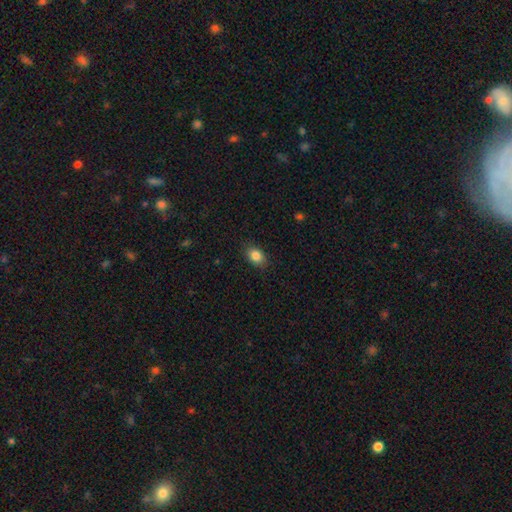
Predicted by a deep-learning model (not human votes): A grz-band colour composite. It shows a smooth galaxy with no disk features (86%) that is in between round and cigar-shaped (74%). Merging: none (86%).